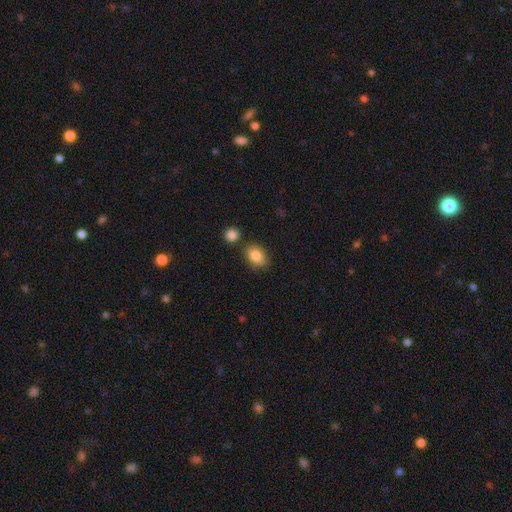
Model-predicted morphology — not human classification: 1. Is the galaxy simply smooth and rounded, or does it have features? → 85% smooth, 7% star or artifact, 7% featured or disk.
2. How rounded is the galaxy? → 83% in between, 16% round, 1% cigar-shaped.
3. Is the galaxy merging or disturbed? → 74% none, 13% minor disturbance, 10% merger, 3% major disturbance.